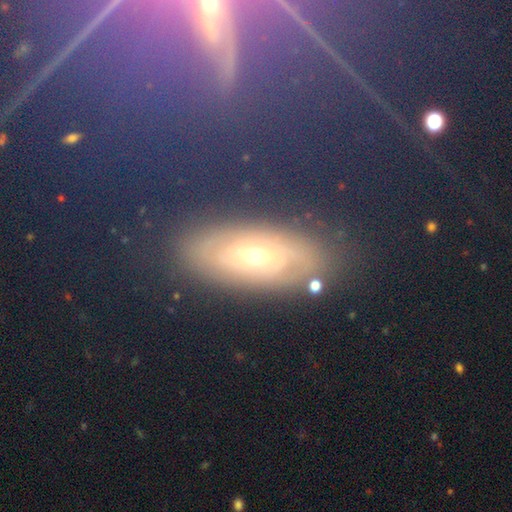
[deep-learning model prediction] Morphology: type=featured or disk (57%); edge-on=no (81%); merging=none (83%).